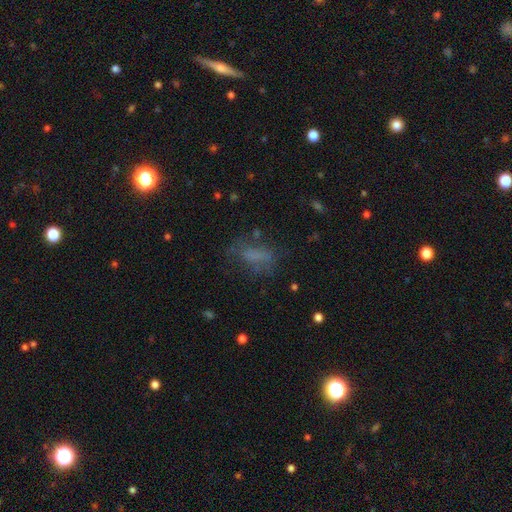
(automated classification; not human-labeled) Smooth or featured: smooth — 60% (featured or disk — 21%)
How rounded: in between — 70% (cigar-shaped — 22%)
Merging: none — 52% (major disturbance — 23%)